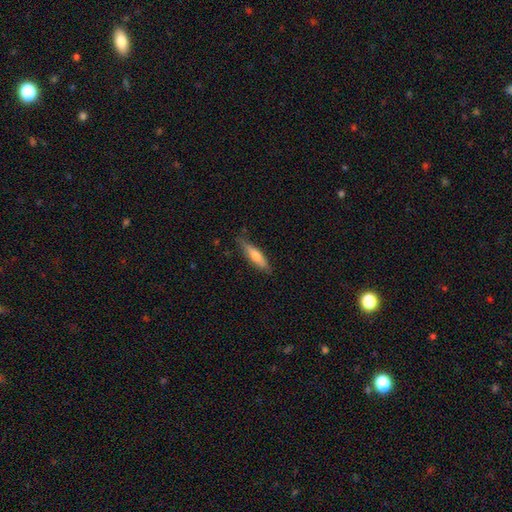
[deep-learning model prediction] Smooth or featured? Predicted: smooth (p=0.61). How rounded? Predicted: cigar-shaped (p=0.74). Merging? Predicted: none (p=0.74).